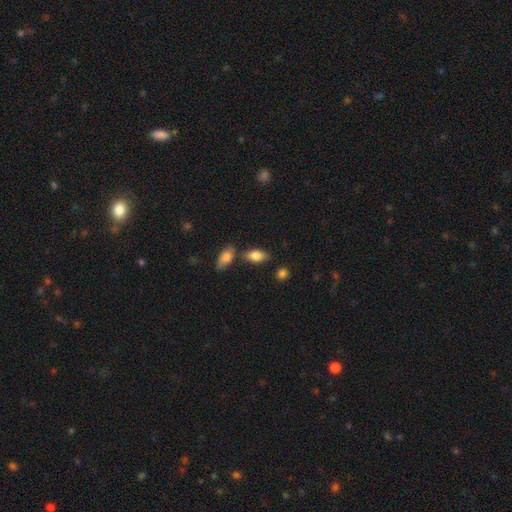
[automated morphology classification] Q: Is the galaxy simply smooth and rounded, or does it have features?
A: smooth — 82%.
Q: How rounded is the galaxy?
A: in between — 89%.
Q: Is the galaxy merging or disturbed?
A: none — 71%.